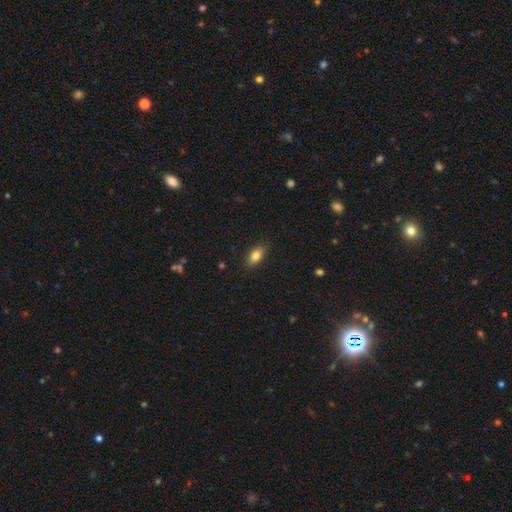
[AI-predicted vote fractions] Smooth or featured? smooth (81%)
How rounded? in between (86%)
Merging? none (86%)